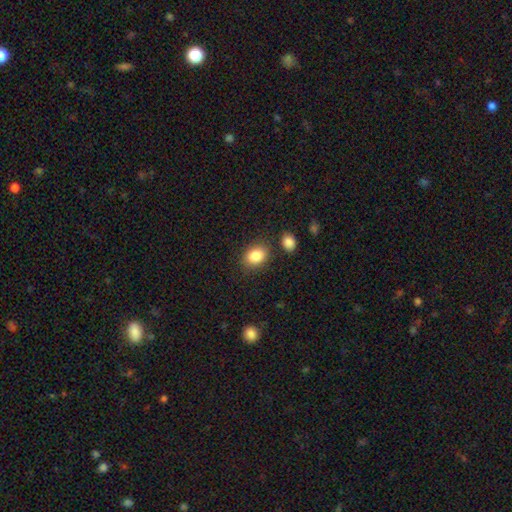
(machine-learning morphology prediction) Smooth or featured? Predicted: smooth (p=0.86). How rounded? Predicted: in between (p=0.67). Merging? Predicted: none (p=0.79).